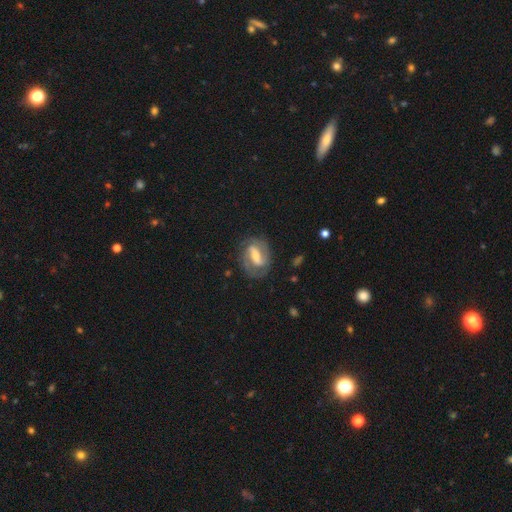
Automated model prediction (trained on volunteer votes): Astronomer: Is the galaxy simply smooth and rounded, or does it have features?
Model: featured or disk — 78%.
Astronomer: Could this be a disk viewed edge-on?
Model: no — 95%.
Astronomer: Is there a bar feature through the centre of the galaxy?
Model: strong — 53% (runner-up: weak, 34%).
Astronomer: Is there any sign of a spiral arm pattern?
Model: yes — 88%.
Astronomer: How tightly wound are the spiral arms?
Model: medium — 45% (runner-up: tight, 36%).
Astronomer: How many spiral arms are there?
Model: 2 — 82%.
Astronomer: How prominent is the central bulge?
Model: moderate — 47% (runner-up: small, 38%).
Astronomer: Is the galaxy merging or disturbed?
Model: none — 74%.